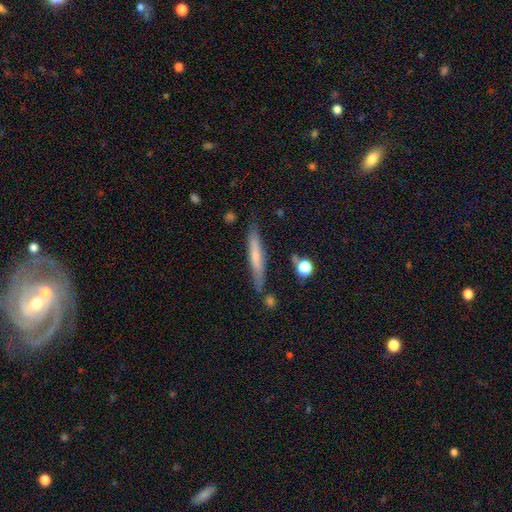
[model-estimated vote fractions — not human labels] Smooth or featured?
  - smooth: 54% *
  - featured or disk: 39%
  - star or artifact: 7%
How rounded?
  - cigar-shaped: 91% *
  - in between: 8%
  - round: 2%
Merging?
  - none: 78% *
  - minor disturbance: 14%
  - merger: 4%
  - major disturbance: 3%